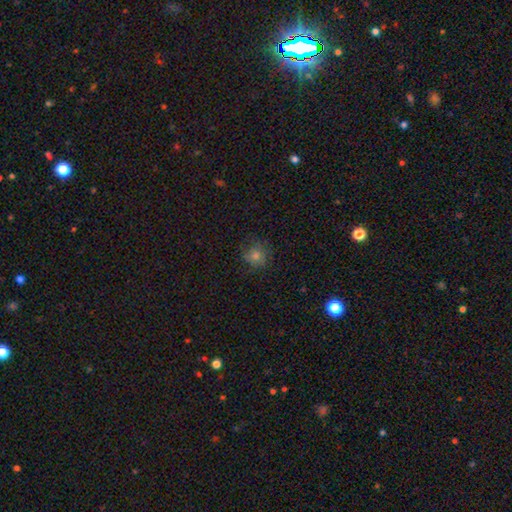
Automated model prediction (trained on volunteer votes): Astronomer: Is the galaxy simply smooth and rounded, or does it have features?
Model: smooth — 70%.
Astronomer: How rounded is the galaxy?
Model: round — 89%.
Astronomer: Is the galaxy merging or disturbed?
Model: none — 79%.